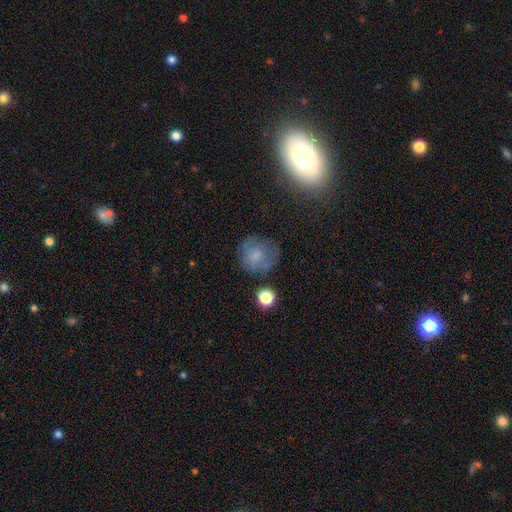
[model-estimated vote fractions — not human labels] The model was most divided on "merging": none: 61%, minor disturbance: 22%, major disturbance: 13%, merger: 4%. More confident: how rounded — round (83%); smooth or featured — smooth (68%).